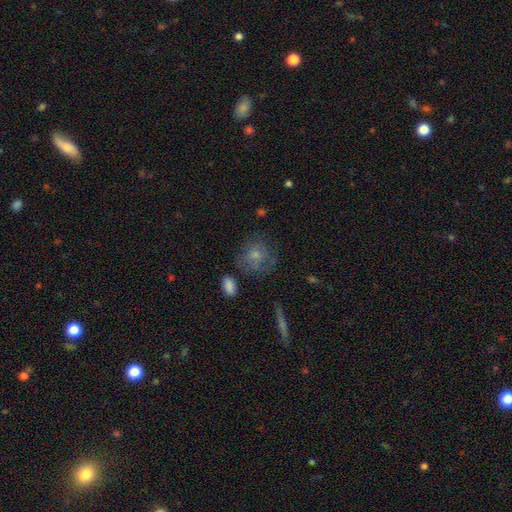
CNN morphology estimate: smooth_or_featured: smooth (p=0.60) [alt: featured or disk p=0.29]
how_rounded: round (p=0.74) [alt: in between p=0.25]
merging: none (p=0.57) [alt: minor disturbance p=0.22]